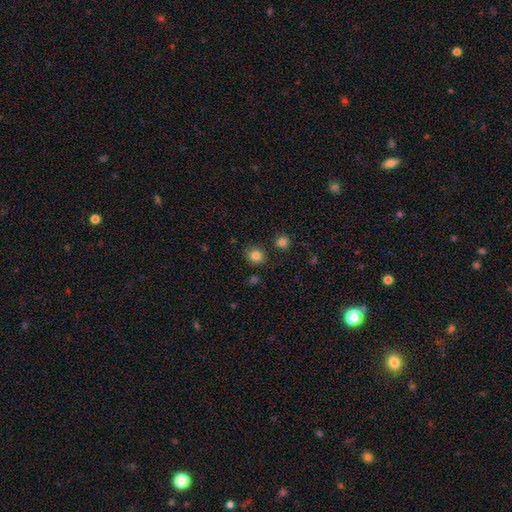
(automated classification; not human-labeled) smooth-or-featured: smooth: 84% | star or artifact: 11% | featured or disk: 5%
  how-rounded: round: 75% | in between: 24% | cigar-shaped: 1%
  merging: none: 84% | minor disturbance: 10% | merger: 4% | major disturbance: 3%